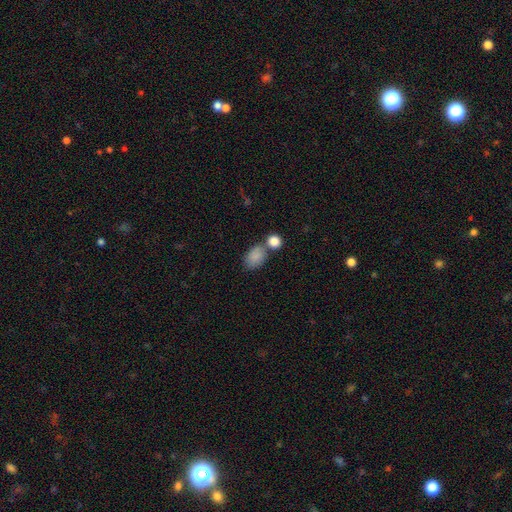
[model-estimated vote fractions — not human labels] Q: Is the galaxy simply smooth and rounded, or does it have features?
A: smooth — 86%.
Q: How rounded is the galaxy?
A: in between — 80%.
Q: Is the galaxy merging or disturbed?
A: none — 49%.